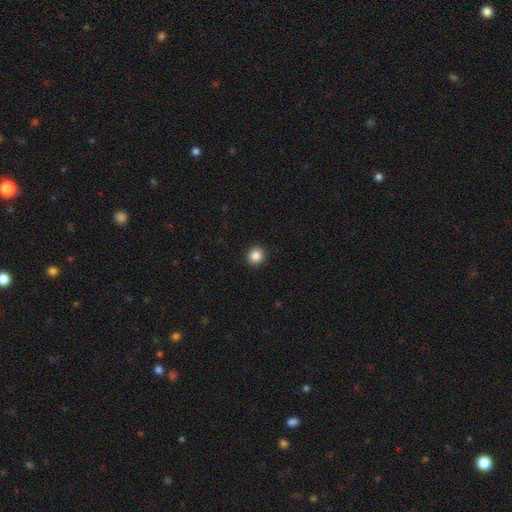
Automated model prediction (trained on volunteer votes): This appears to be a smooth galaxy with no disk features (86%) that is round (93%). Merging: none (93%).